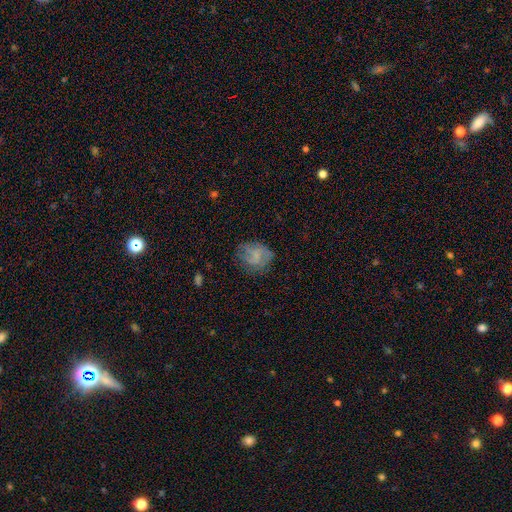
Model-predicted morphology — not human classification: A smooth galaxy with no disk features (47%). Merging: none (62%).